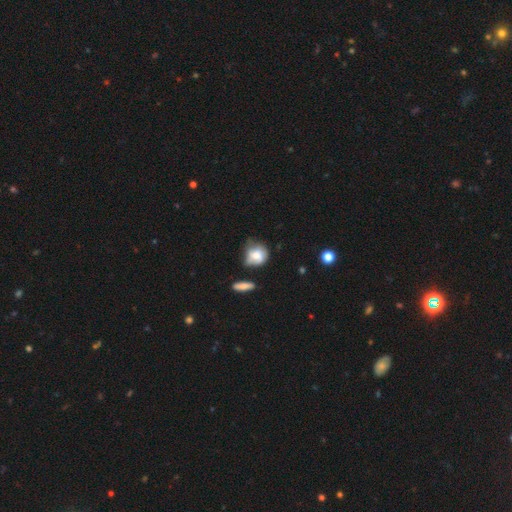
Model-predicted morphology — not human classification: smooth_or_featured: smooth (p=0.67) [alt: featured or disk p=0.24]
how_rounded: round (p=0.69) [alt: in between p=0.29]
merging: none (p=0.39) [alt: minor disturbance p=0.34]